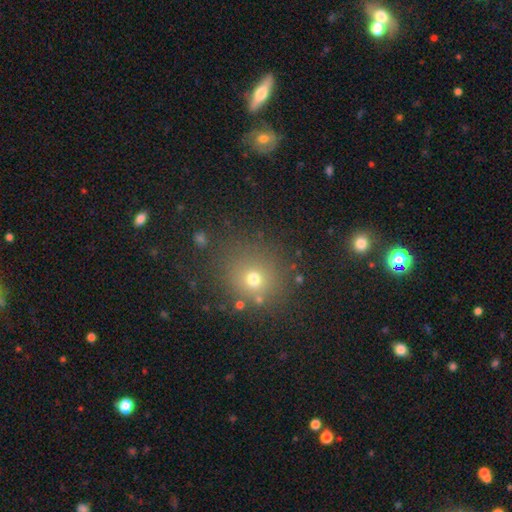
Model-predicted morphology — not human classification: This appears to be a smooth galaxy with no disk features (53%) that is round (87%). Merging: none (84%).